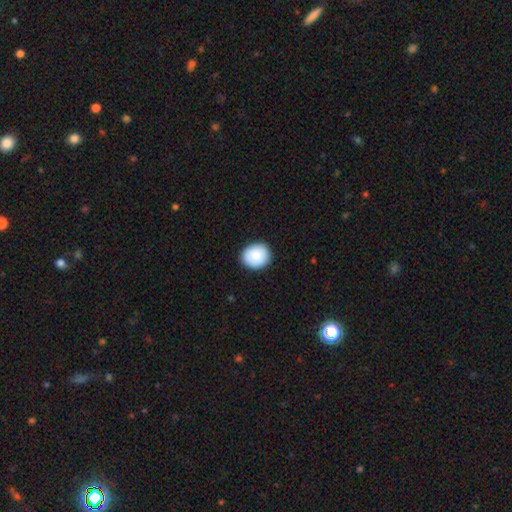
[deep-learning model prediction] smooth 88%, star or artifact 7%, featured or disk 6%. Down the decision tree: how rounded — round (78%); merging — none (90%).